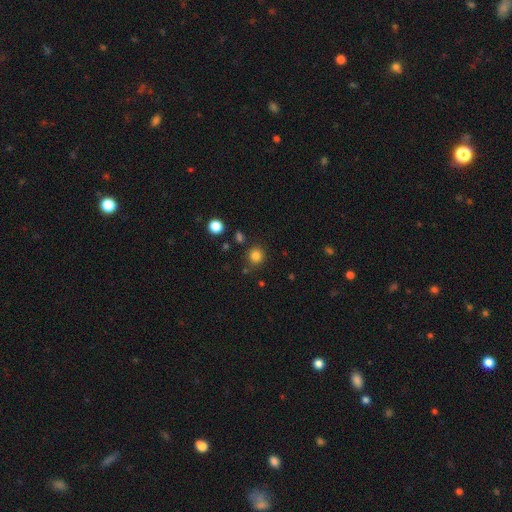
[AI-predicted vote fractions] smooth_or_featured: smooth (p=0.82) [alt: star or artifact p=0.13]
how_rounded: round (p=0.92) [alt: in between p=0.07]
merging: none (p=0.85) [alt: minor disturbance p=0.08]